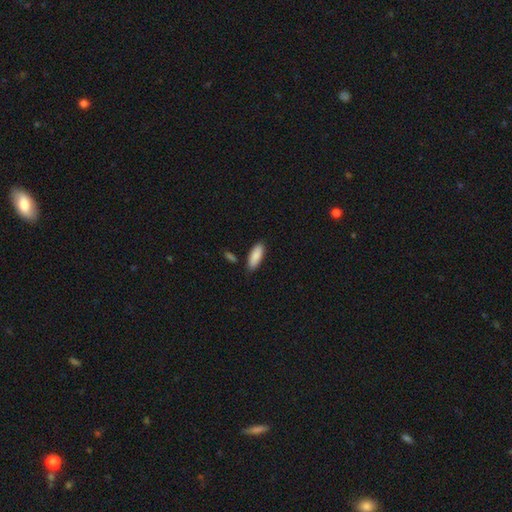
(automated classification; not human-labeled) The model was most divided on "how rounded": in between: 74%, cigar-shaped: 24%, round: 2%. More confident: smooth or featured — smooth (89%); merging — none (83%).